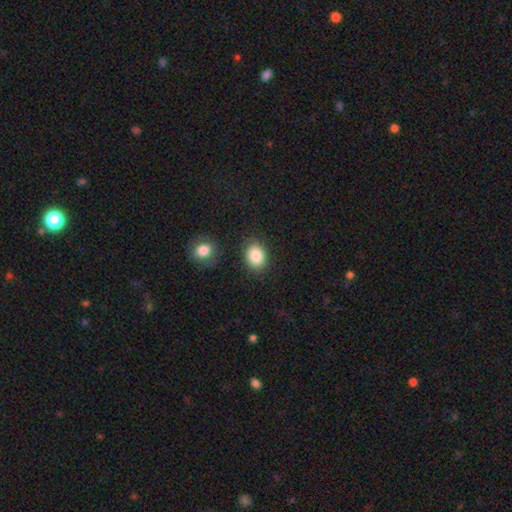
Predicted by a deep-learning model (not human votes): Smooth or featured? Predicted: smooth (p=0.86). How rounded? Predicted: in between (p=0.57). Merging? Predicted: none (p=0.83).